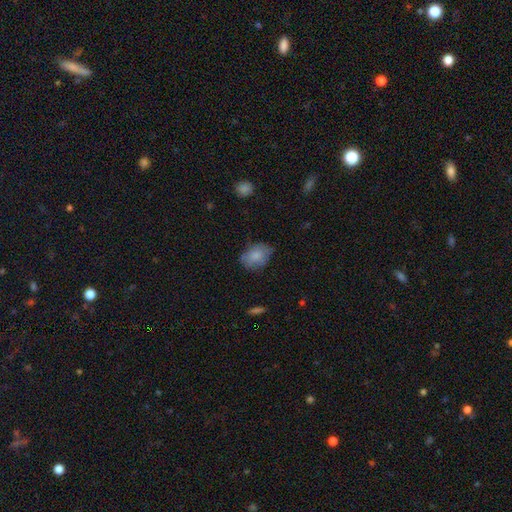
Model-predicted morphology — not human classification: This appears to be a smooth galaxy with no disk features (78%) that is in between round and cigar-shaped (74%). Merging: none (64%).